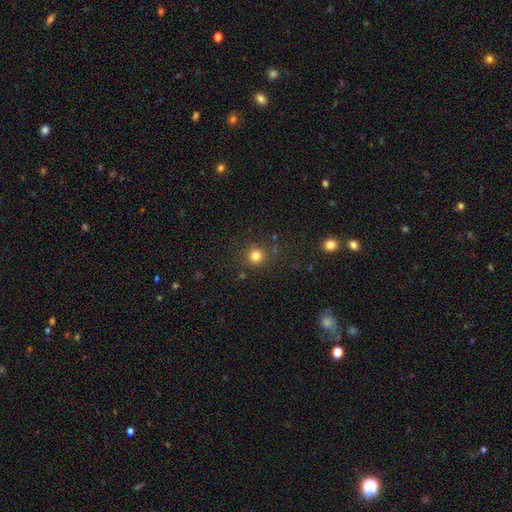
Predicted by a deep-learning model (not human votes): Morphology: type=smooth (81%); roundness=round (92%); merging=none (85%).